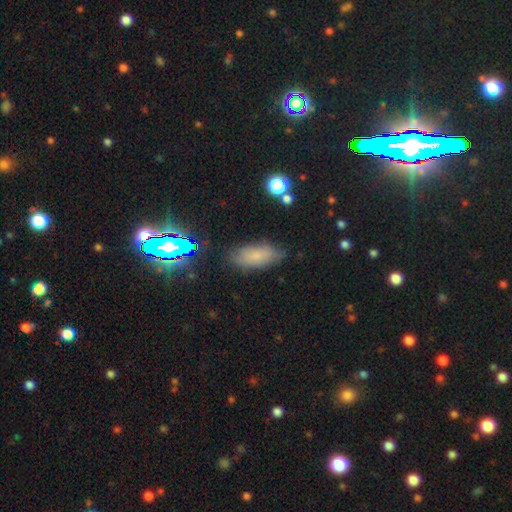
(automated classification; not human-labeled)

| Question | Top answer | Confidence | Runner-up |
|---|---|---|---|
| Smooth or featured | smooth | 71% | featured or disk (15%) |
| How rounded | in between | 85% | cigar-shaped (12%) |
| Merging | none | 79% | minor disturbance (15%) |